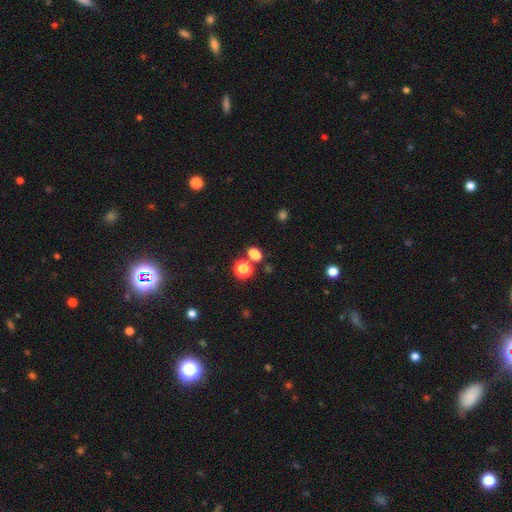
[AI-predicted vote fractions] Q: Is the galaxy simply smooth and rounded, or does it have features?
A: smooth — 74%.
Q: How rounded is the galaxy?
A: in between — 63%.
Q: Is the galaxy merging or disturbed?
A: none — 69%.